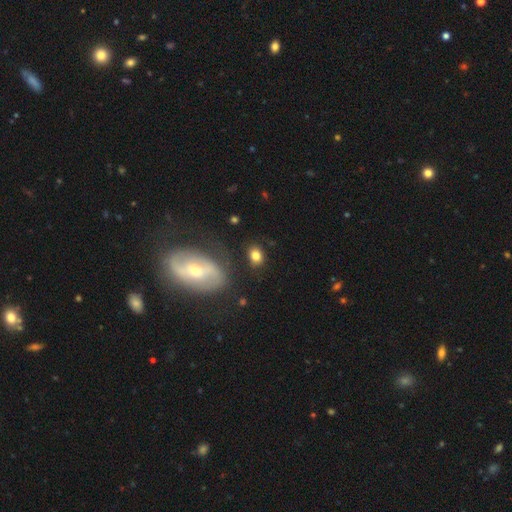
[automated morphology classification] smooth 78%, featured or disk 12%, star or artifact 10%. Down the decision tree: how rounded — in between (61%); merging — none (78%).